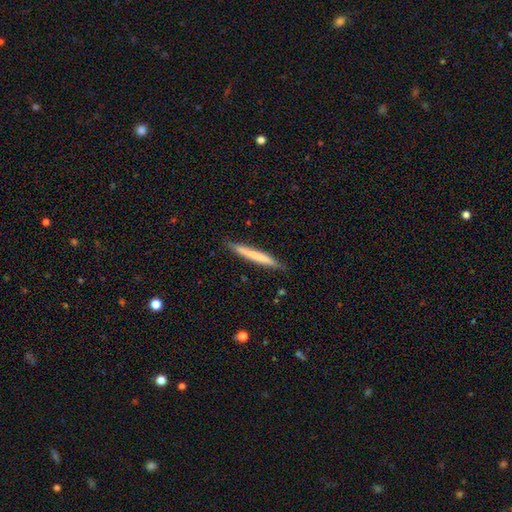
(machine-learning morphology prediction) This is likely a smooth galaxy (66%). How rounded: clearly cigar-shaped (97%). Merging: clearly none (89%).